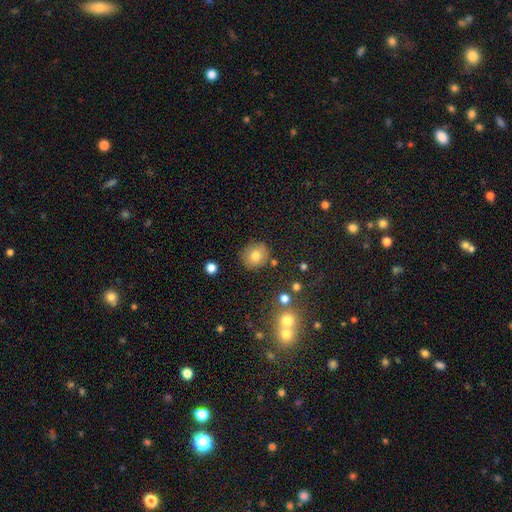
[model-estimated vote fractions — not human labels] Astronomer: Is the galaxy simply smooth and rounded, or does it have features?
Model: smooth — 79%.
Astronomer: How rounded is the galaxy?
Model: round — 77%.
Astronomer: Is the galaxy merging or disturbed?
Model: none — 84%.